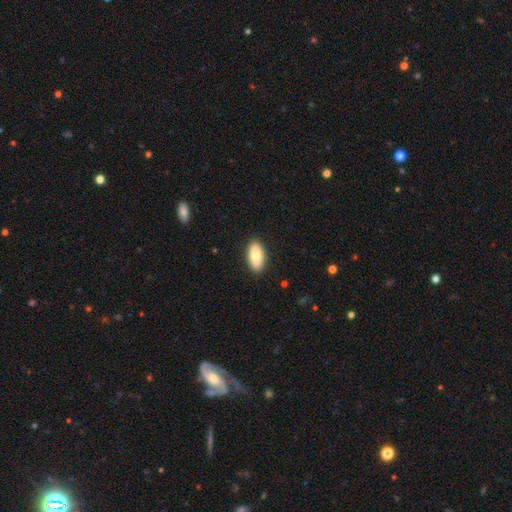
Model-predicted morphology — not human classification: Overall: smooth (81%). How rounded: in between (88%). Merging: none (89%).